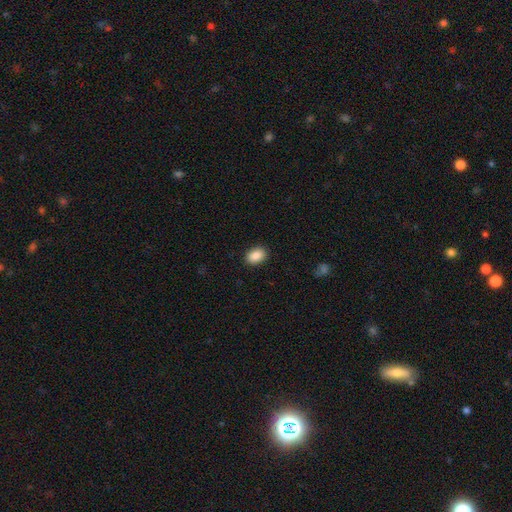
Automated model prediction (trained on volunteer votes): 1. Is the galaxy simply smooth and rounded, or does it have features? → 90% smooth, 7% star or artifact, 3% featured or disk.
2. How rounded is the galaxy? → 85% in between, 13% round, 1% cigar-shaped.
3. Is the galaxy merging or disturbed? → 89% none, 8% minor disturbance, 2% major disturbance, 1% merger.